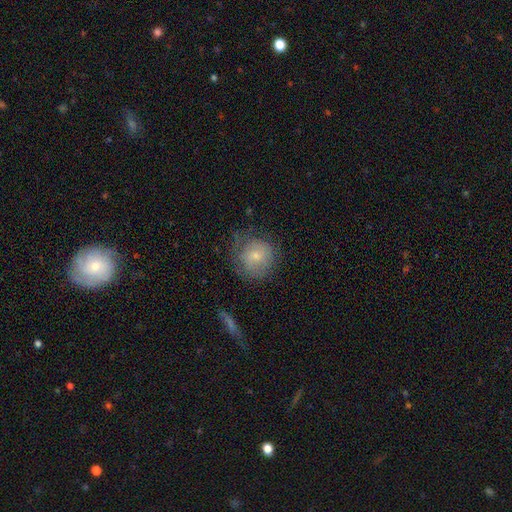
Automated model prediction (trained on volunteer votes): A smooth galaxy with no disk features (61%) that is round (87%).

Vote fractions:
- Smooth or featured? smooth: 61% / featured or disk: 31% / star or artifact: 8%
- How rounded? round: 87% / in between: 12% / cigar-shaped: 1%
- Merging? none: 62% / minor disturbance: 24% / major disturbance: 12% / merger: 2%